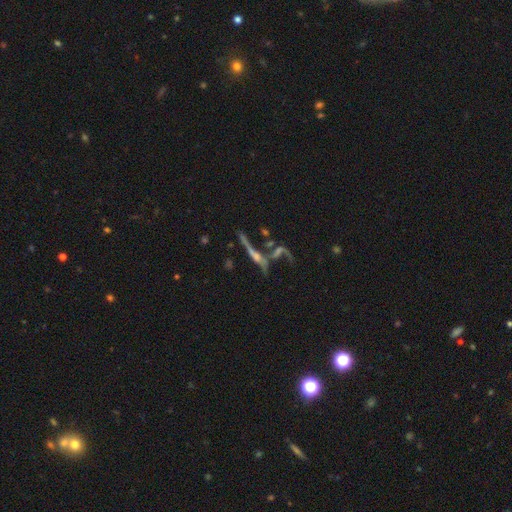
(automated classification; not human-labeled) Smooth or featured? featured or disk (71%)
Edge-on disk? yes (73%)
Edge-on bulge? rounded (73%)
Merging? none (39%)